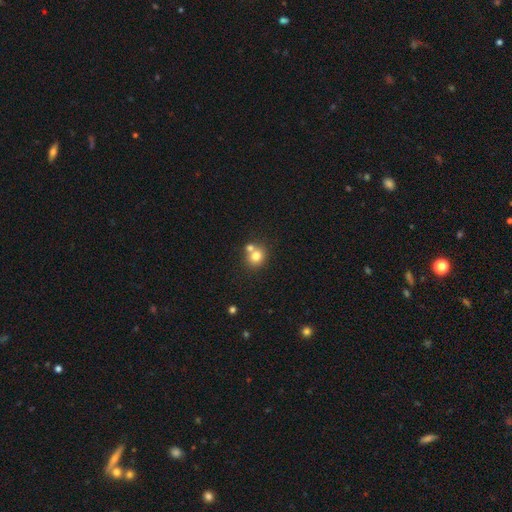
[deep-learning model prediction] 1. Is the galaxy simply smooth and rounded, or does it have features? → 77% smooth, 12% star or artifact, 11% featured or disk.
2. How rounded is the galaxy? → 80% round, 19% in between, 1% cigar-shaped.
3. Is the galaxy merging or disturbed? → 52% none, 37% merger, 8% minor disturbance, 3% major disturbance.